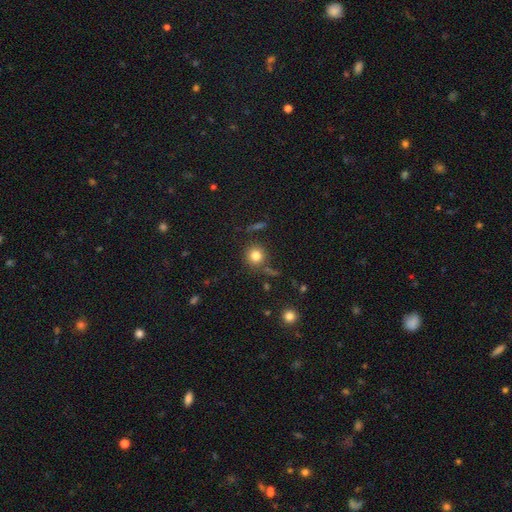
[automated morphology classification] This appears to be a smooth galaxy with no disk features (80%) that is round (92%). Merging: none (81%).